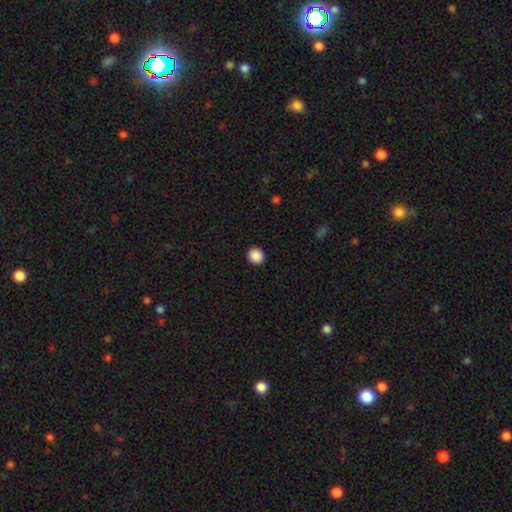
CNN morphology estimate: Smooth or featured? Predicted: smooth (p=0.89). How rounded? Predicted: round (p=0.93). Merging? Predicted: none (p=0.93).